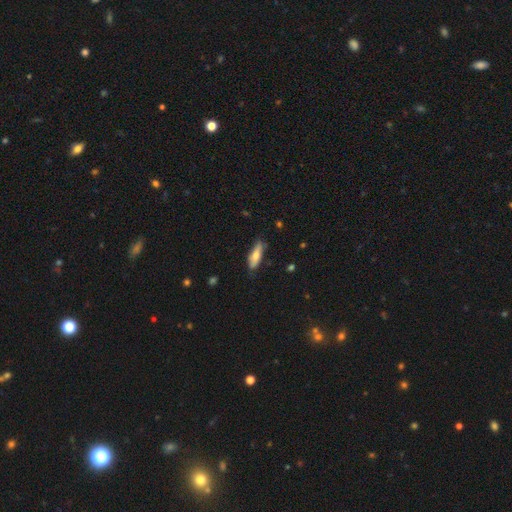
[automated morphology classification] This appears to be a smooth galaxy with no disk features (66%) that is in between round and cigar-shaped (52%). Merging: none (74%).